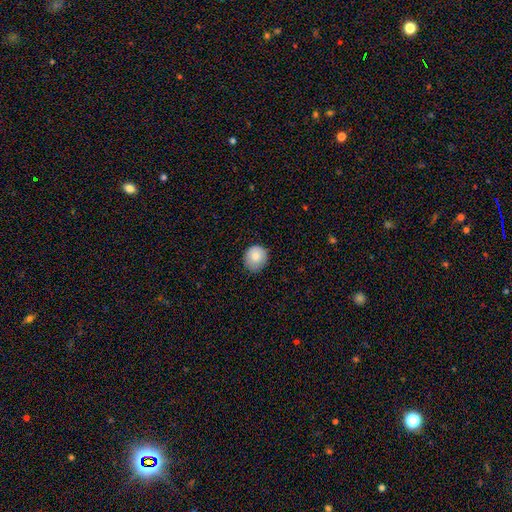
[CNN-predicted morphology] A smooth galaxy with no disk features (82%) that is round (84%). Merging: none (77%).